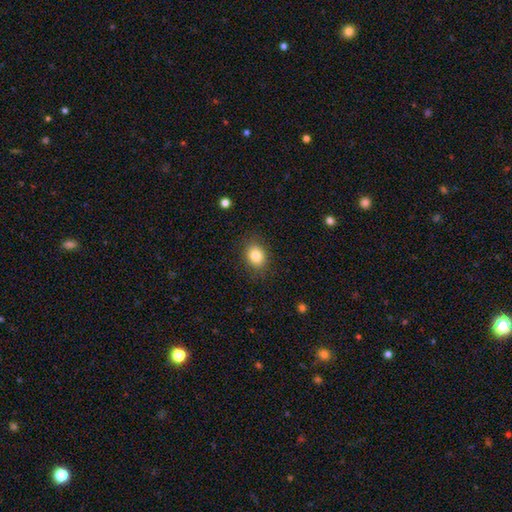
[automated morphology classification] smooth_or_featured: smooth (p=0.84) [alt: star or artifact p=0.09]
how_rounded: in between (p=0.57) [alt: round p=0.42]
merging: none (p=0.86) [alt: minor disturbance p=0.10]